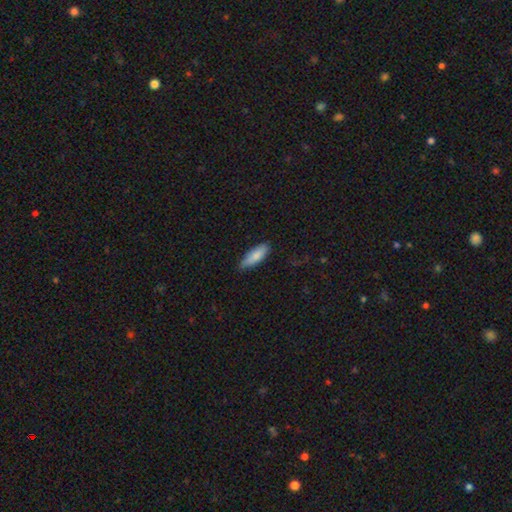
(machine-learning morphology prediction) Smooth or featured: smooth — 82% (featured or disk — 12%)
How rounded: in between — 62% (cigar-shaped — 36%)
Merging: none — 71% (minor disturbance — 25%)